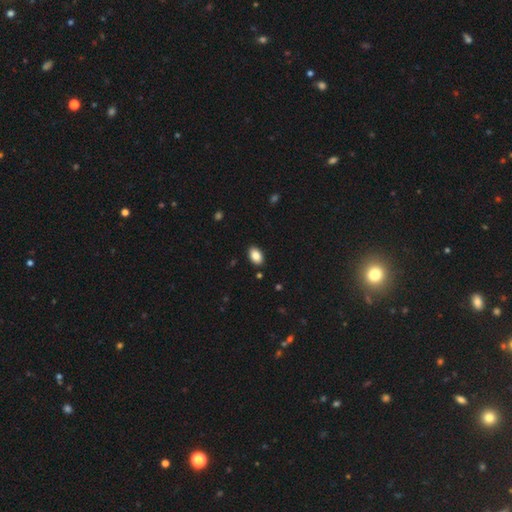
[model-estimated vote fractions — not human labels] This is clearly a smooth galaxy (86%). How rounded: clearly in between (90%). Merging: clearly none (89%).